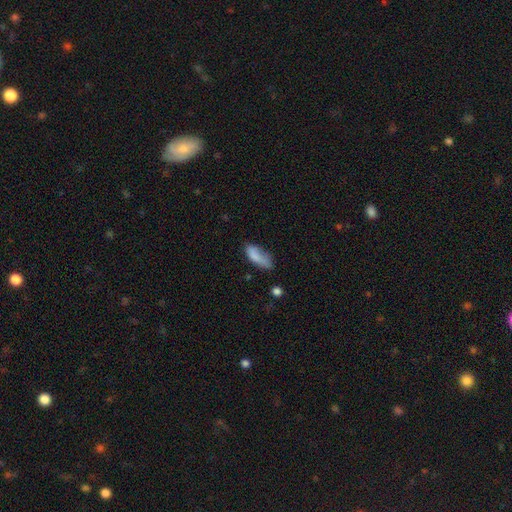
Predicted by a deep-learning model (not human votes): A smooth galaxy with no disk features (79%) that is in between round and cigar-shaped (73%). Merging: none (44%).